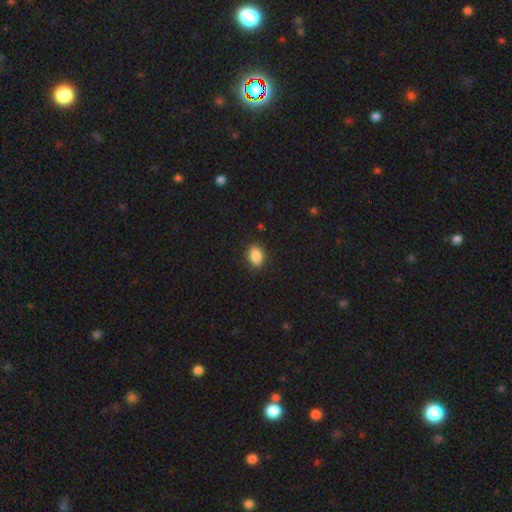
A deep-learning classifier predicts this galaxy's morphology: Overall: smooth (88%). How rounded: in between (79%). Merging: none (88%).